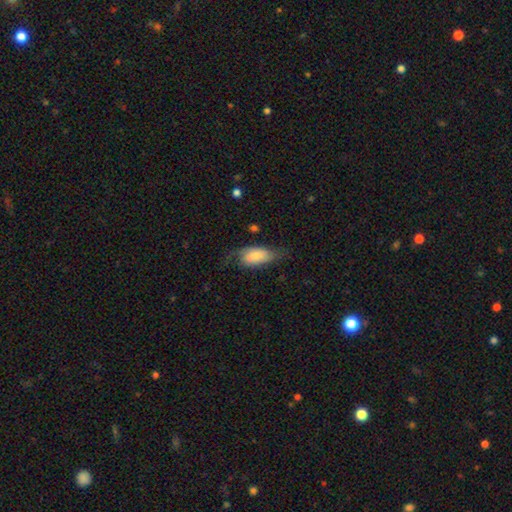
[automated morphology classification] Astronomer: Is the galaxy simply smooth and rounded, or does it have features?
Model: smooth — 58% (runner-up: featured or disk, 35%).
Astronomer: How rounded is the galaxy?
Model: in between — 90%.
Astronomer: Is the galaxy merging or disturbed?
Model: none — 49% (runner-up: minor disturbance, 30%).